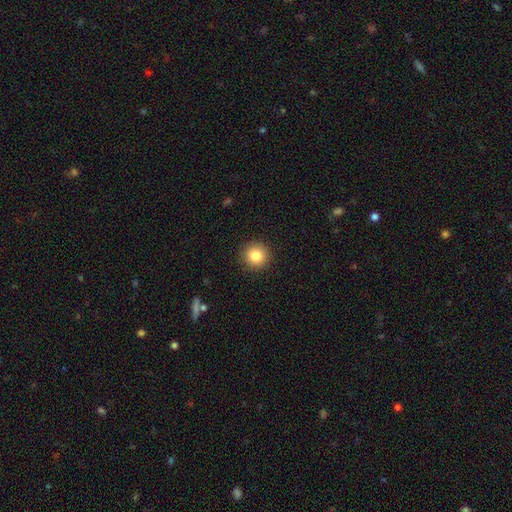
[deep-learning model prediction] Smooth or featured? Predicted: smooth (p=0.84). How rounded? Predicted: round (p=0.94). Merging? Predicted: none (p=0.92).